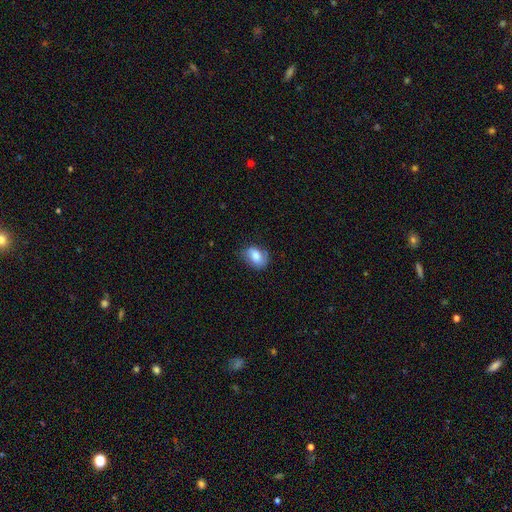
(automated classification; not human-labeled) A smooth galaxy with no disk features (72%) that is in between round and cigar-shaped (73%).

Vote fractions:
- Smooth or featured? smooth: 72% / featured or disk: 20% / star or artifact: 8%
- How rounded? in between: 73% / round: 26% / cigar-shaped: 1%
- Merging? none: 65% / minor disturbance: 26% / major disturbance: 8% / merger: 1%